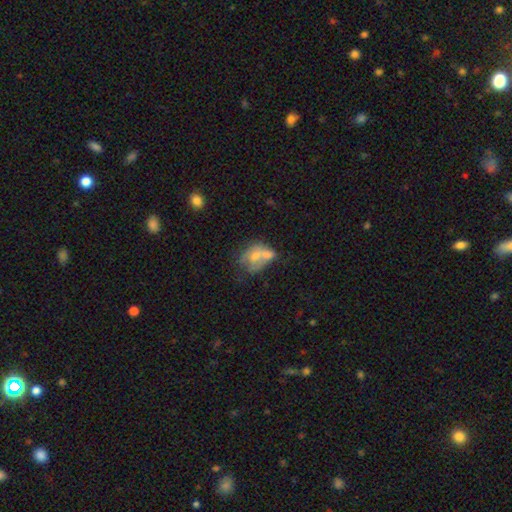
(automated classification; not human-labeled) Overall: smooth (49%; featured or disk 40%). Merging: merger (50%; none 23%).